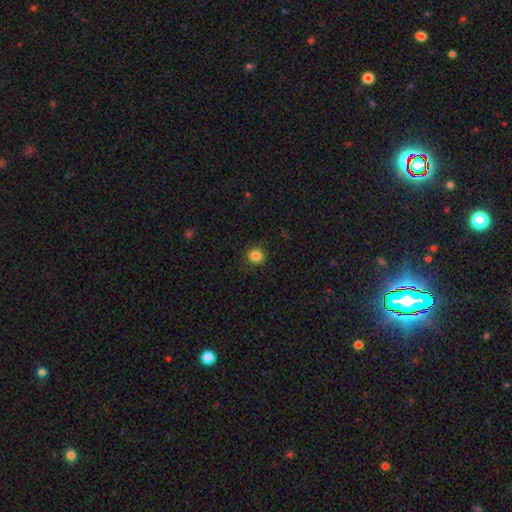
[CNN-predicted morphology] The model was most divided on "smooth or featured": smooth: 84%, star or artifact: 11%, featured or disk: 5%. More confident: how rounded — round (91%); merging — none (87%).